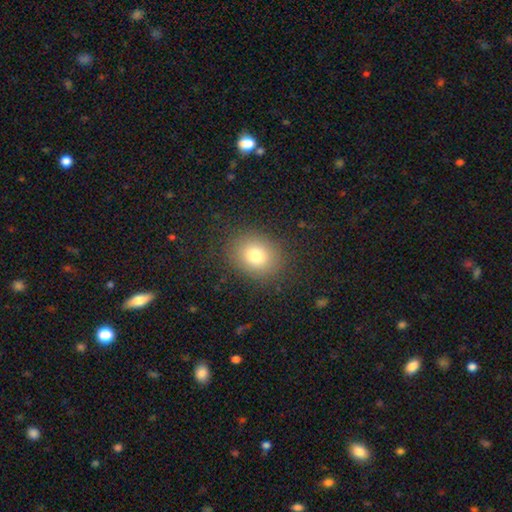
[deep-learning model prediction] Morphology: type=smooth (78%); roundness=round (57%); merging=none (86%).